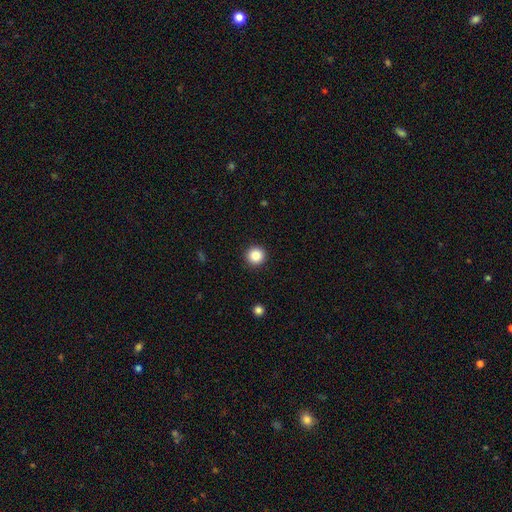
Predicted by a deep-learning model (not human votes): This appears to be a smooth galaxy with no disk features (86%) that is round (95%). Merging: none (93%).